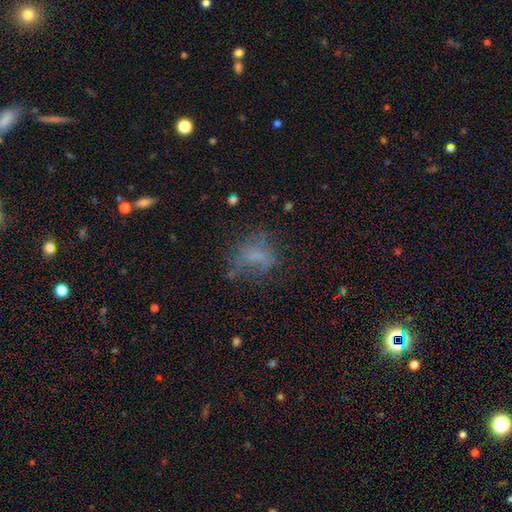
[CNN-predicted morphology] This appears to be a smooth galaxy with no disk features (52%) that is in between round and cigar-shaped (56%). Merging: none (48%).